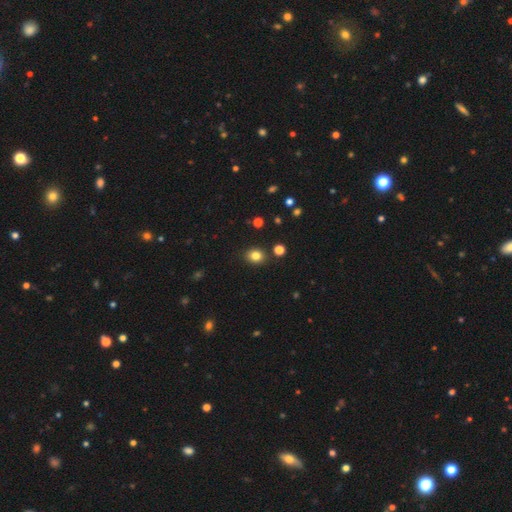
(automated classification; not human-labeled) The model was most divided on "how rounded": round: 62%, in between: 37%, cigar-shaped: 1%. More confident: merging — none (87%); smooth or featured — smooth (81%).